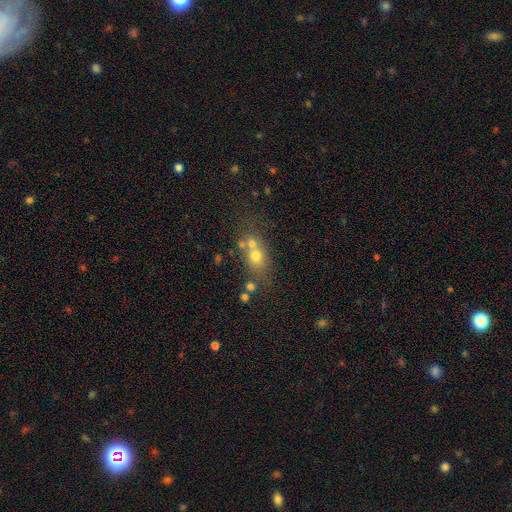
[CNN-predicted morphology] smooth_or_featured: smooth (p=0.63) [alt: featured or disk p=0.22]
how_rounded: round (p=0.54) [alt: in between p=0.43]
merging: none (p=0.42) [alt: merger p=0.40]